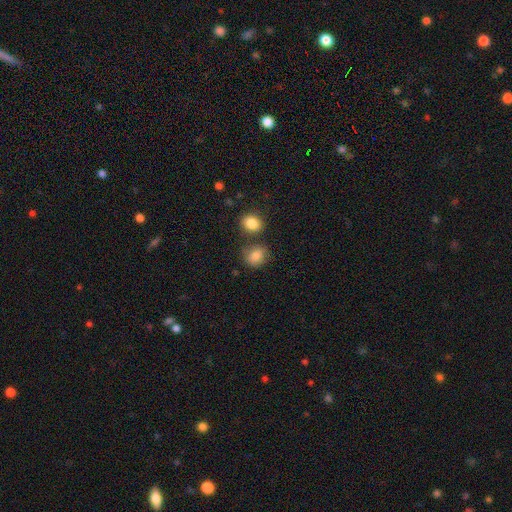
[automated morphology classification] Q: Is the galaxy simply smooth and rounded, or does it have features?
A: smooth — 83%.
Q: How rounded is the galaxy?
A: round — 62%.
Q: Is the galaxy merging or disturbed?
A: none — 67%.